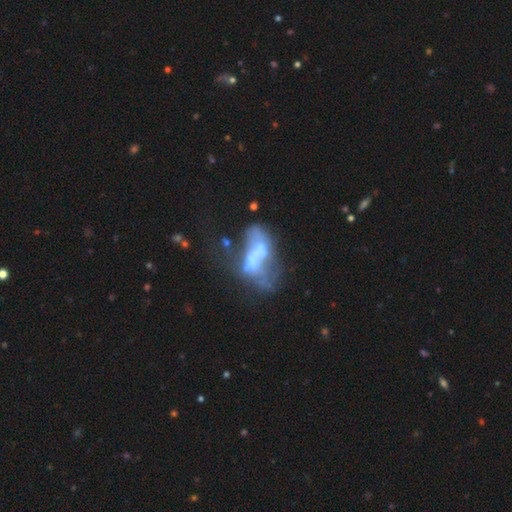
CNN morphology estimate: This appears to be a featured or disk galaxy (62%) with no bar (76%), no spiral arms (85%) and no central bulge (52%). Merging: merger (34%).